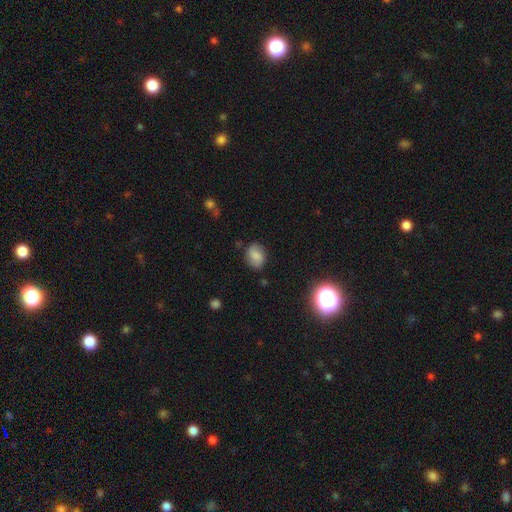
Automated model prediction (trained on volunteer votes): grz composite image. It shows a smooth galaxy with no disk features (69%) that is in between round and cigar-shaped (58%). Merging: none (78%).